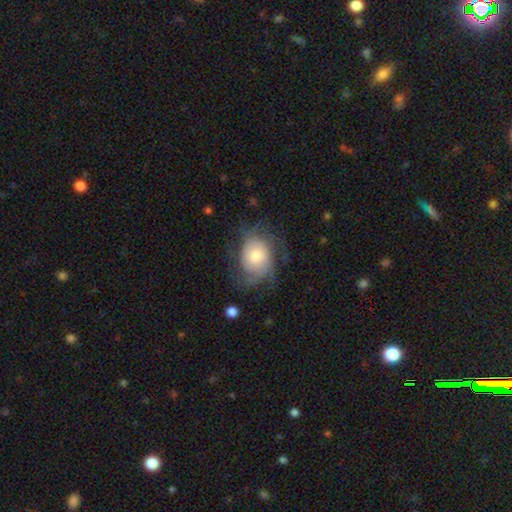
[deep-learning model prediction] This appears to be a featured or disk galaxy (56%) with no bar (78%), spiral arms (81%) and a moderate central bulge (54%). Merging: none (56%).